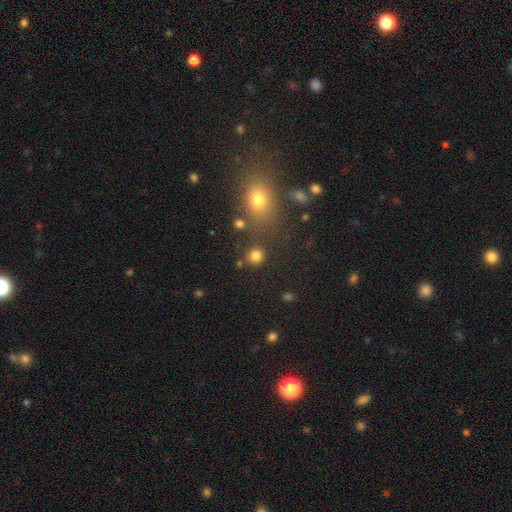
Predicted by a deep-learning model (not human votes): This appears to be a smooth galaxy with no disk features (80%) that is round (87%). Merging: none (80%).